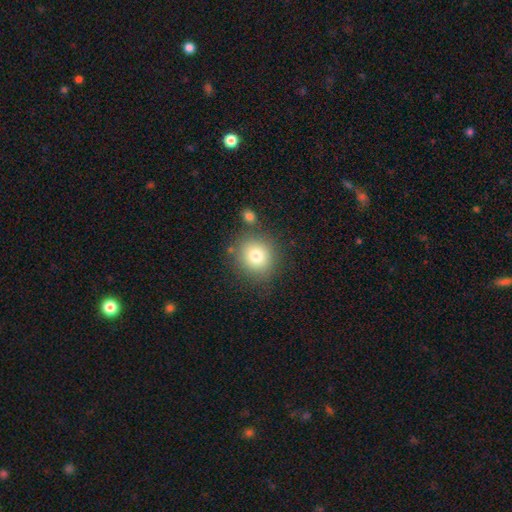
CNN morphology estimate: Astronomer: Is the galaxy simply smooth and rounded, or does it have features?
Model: smooth — 78%.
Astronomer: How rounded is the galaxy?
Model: round — 86%.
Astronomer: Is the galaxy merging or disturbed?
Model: none — 78%.